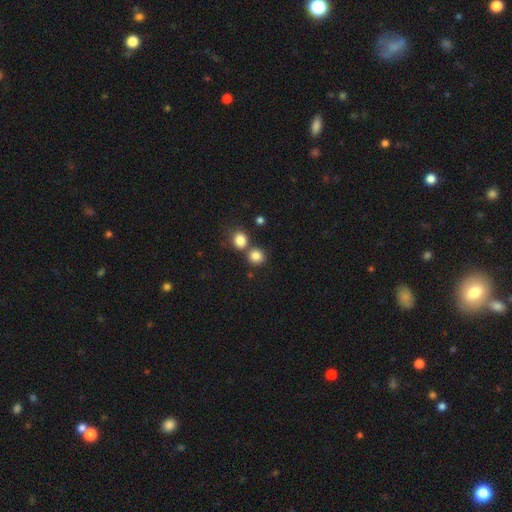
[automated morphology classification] Smooth or featured: smooth — 83% (star or artifact — 11%)
How rounded: round — 85% (in between — 14%)
Merging: none — 60% (merger — 29%)